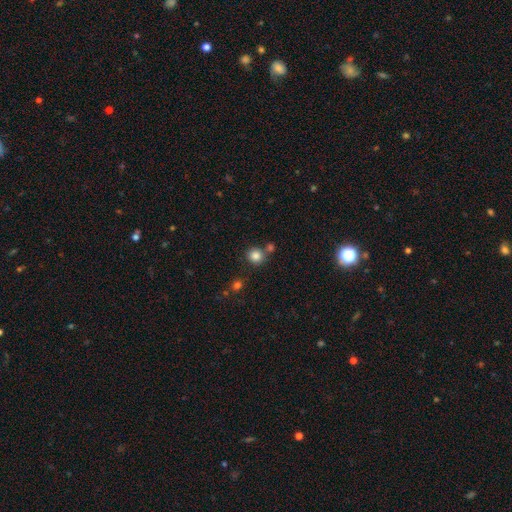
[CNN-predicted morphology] This is clearly a smooth galaxy (83%). How rounded: clearly round (89%). Merging: likely none (72%).